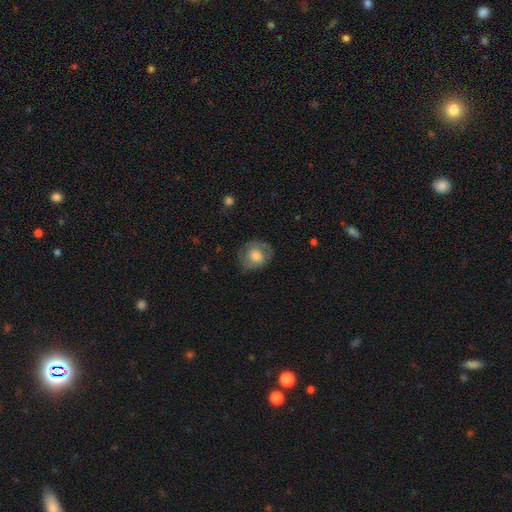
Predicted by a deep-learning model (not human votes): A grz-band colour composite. It shows a smooth galaxy with no disk features (59%) that is round (75%). Merging: none (72%).